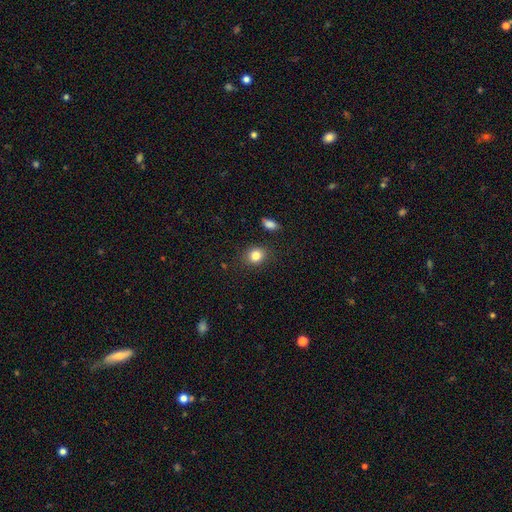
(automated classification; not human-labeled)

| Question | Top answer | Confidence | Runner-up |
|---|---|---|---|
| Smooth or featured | smooth | 84% | star or artifact (10%) |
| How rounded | round | 64% | in between (35%) |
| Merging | none | 84% | minor disturbance (10%) |